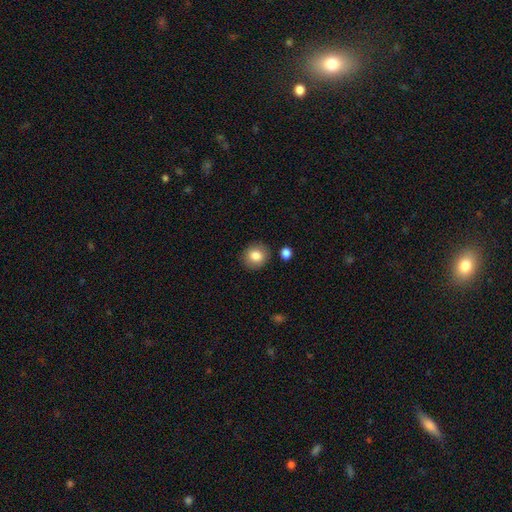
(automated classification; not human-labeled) This appears to be a smooth galaxy with no disk features (84%) that is round (84%). Merging: none (86%).